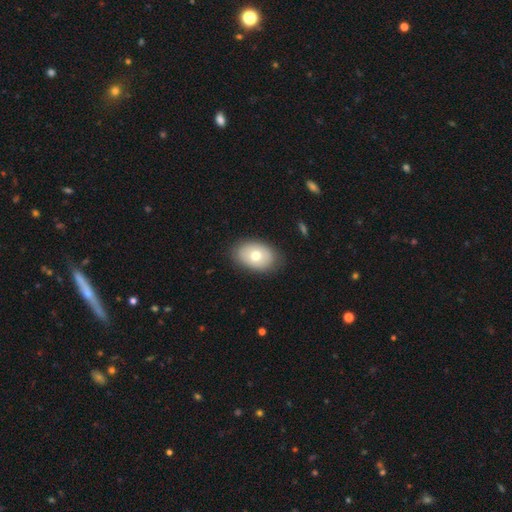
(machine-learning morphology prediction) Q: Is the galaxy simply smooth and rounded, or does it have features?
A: smooth — 70%.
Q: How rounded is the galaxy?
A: in between — 83%.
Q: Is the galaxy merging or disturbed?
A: none — 83%.